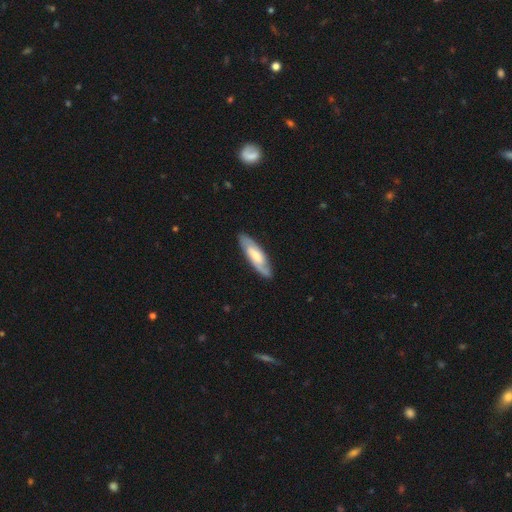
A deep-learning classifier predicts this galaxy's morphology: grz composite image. It shows a featured or disk galaxy (56%). Merging: none (84%).